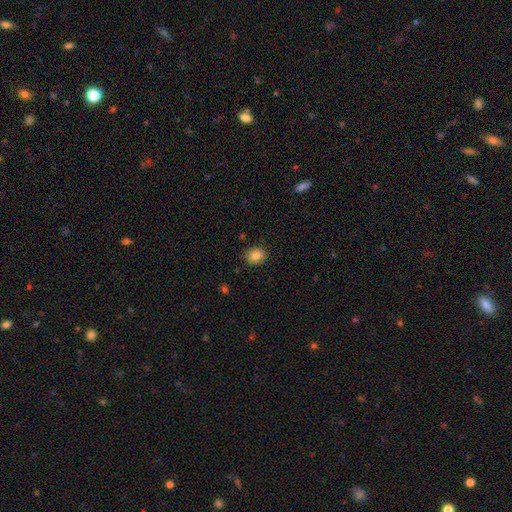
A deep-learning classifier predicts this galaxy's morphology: Smooth or featured: smooth — 84% (star or artifact — 9%)
How rounded: round — 59% (in between — 40%)
Merging: none — 88% (minor disturbance — 9%)